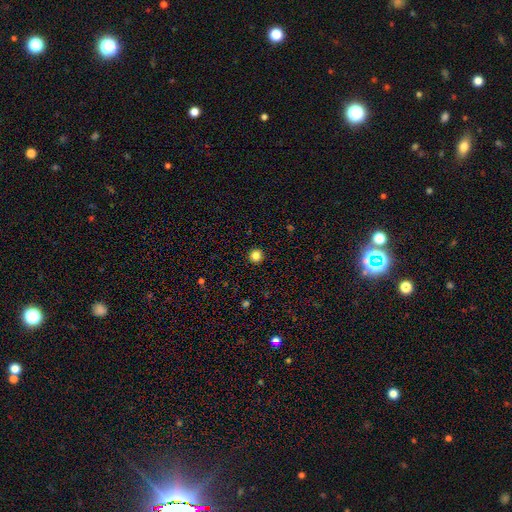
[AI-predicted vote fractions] This is clearly a smooth galaxy (84%). How rounded: clearly round (95%). Merging: clearly none (93%).